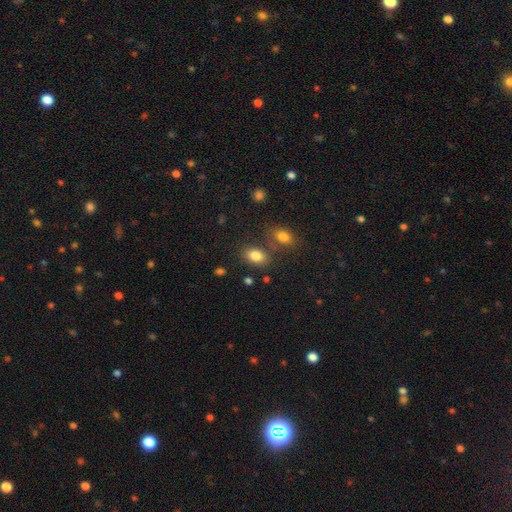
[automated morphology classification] Smooth or featured? Predicted: smooth (p=0.83). How rounded? Predicted: in between (p=0.84). Merging? Predicted: none (p=0.69).